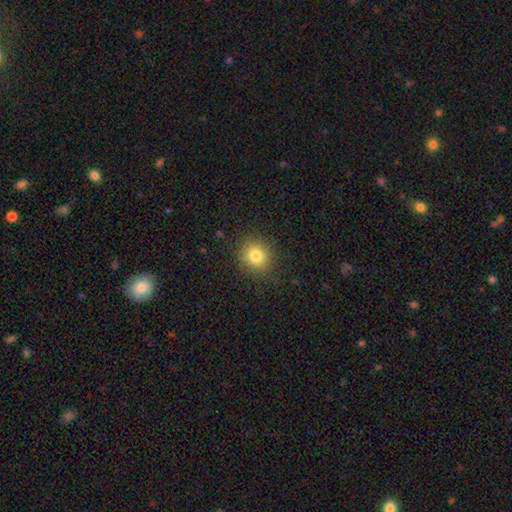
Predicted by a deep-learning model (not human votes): Smooth or featured: smooth — 80% (star or artifact — 13%)
How rounded: round — 83% (in between — 16%)
Merging: none — 86% (minor disturbance — 10%)